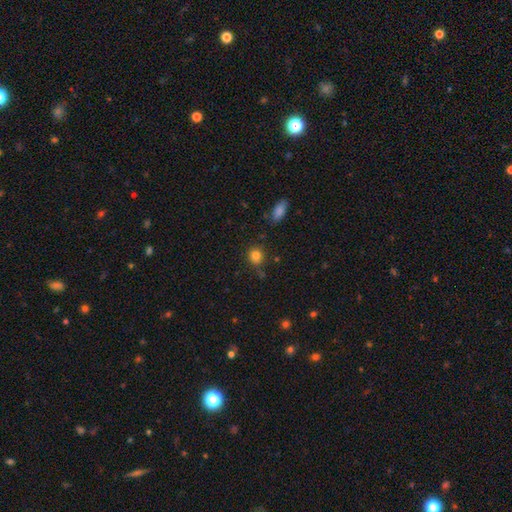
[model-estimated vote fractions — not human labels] smooth 82%, star or artifact 12%, featured or disk 6%. Down the decision tree: how rounded — round (81%); merging — none (76%).